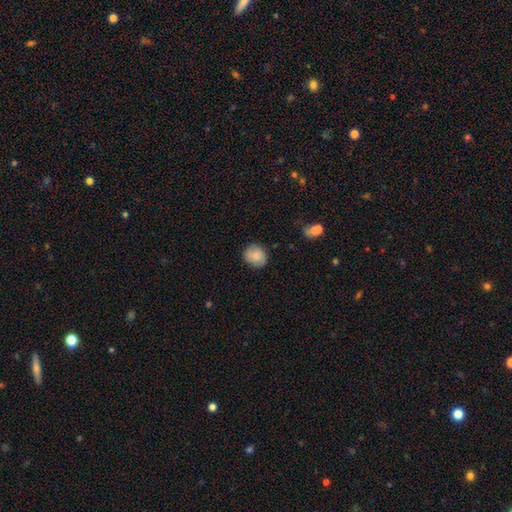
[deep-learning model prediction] Overall: smooth (82%). How rounded: round (75%). Merging: none (82%).